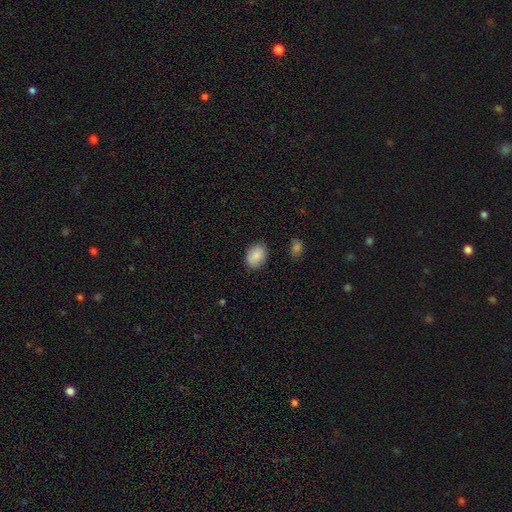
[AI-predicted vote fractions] Smooth or featured? smooth (88%)
How rounded? in between (68%)
Merging? none (84%)